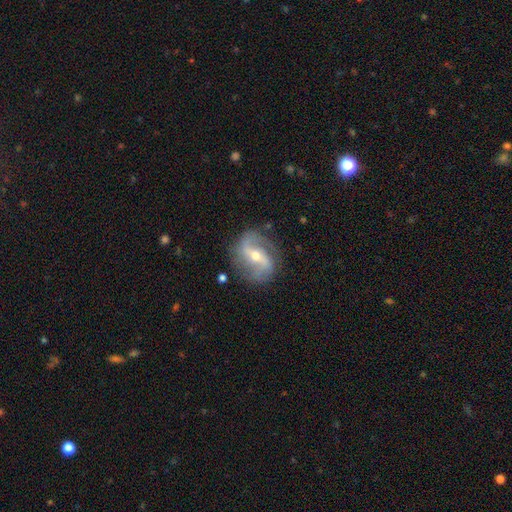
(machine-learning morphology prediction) Smooth or featured? Predicted: featured or disk (p=0.85). Edge-on disk? Predicted: no (p=0.96). Bar? Predicted: strong (p=0.42). Spiral arms? Predicted: yes (p=0.93). Spiral winding? Predicted: loose (p=0.53). Spiral arm count? Predicted: 2 (p=0.88). Bulge size? Predicted: moderate (p=0.53). Merging? Predicted: none (p=0.79).